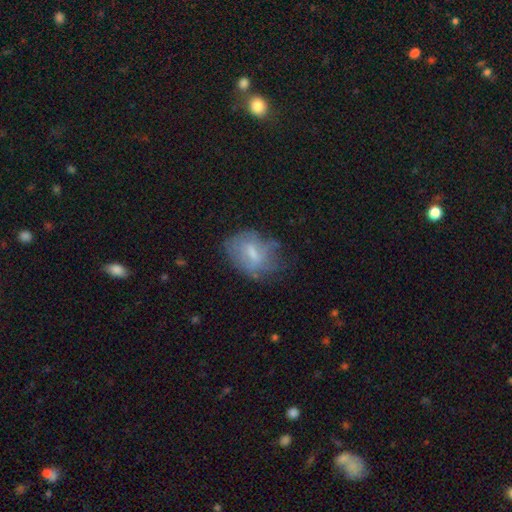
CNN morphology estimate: A smooth galaxy with no disk features (48%). Merging: none (62%).